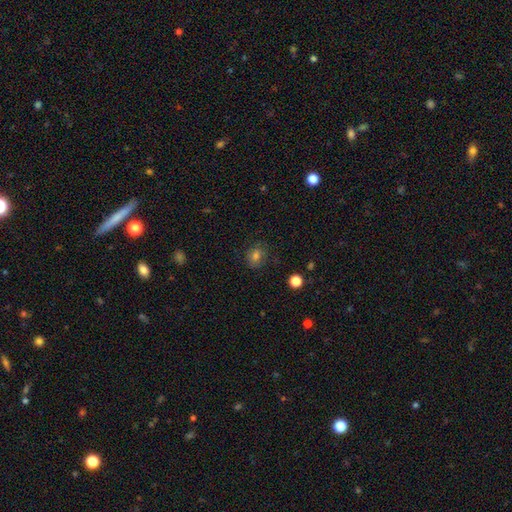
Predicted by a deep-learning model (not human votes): Smooth or featured?
  - smooth: 72% *
  - star or artifact: 17%
  - featured or disk: 11%
How rounded?
  - round: 68% *
  - in between: 31%
  - cigar-shaped: 1%
Merging?
  - none: 80% *
  - minor disturbance: 14%
  - major disturbance: 4%
  - merger: 1%